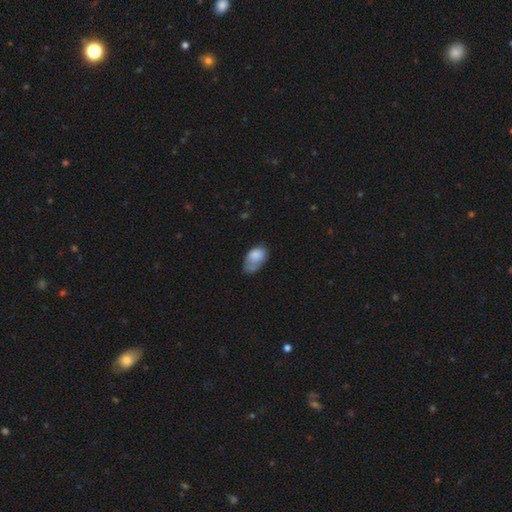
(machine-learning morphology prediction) This appears to be a smooth galaxy with no disk features (76%) that is in between round and cigar-shaped (90%). Merging: minor disturbance (36%).